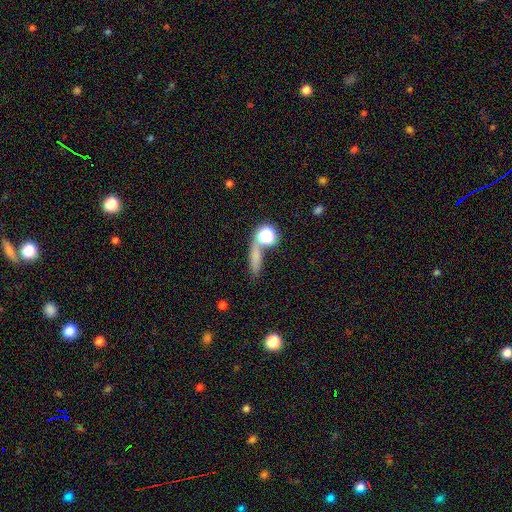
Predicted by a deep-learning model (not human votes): smooth_or_featured: smooth (p=0.69) [alt: star or artifact p=0.17]
how_rounded: cigar-shaped (p=0.48) [alt: in between p=0.29]
merging: none (p=0.53) [alt: merger p=0.25]